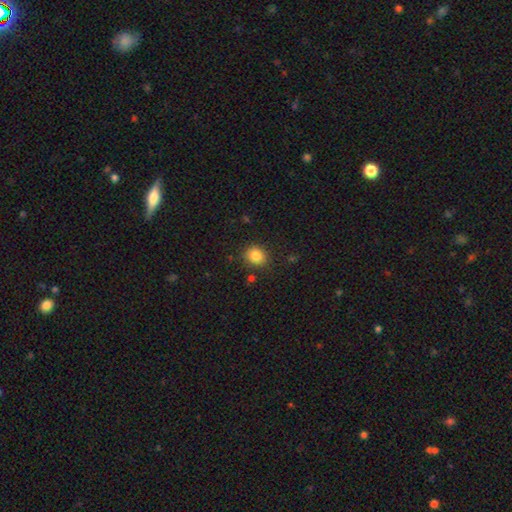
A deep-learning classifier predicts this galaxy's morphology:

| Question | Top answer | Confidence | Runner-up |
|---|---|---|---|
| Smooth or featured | smooth | 84% | star or artifact (11%) |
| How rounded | round | 72% | in between (27%) |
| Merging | none | 85% | minor disturbance (10%) |